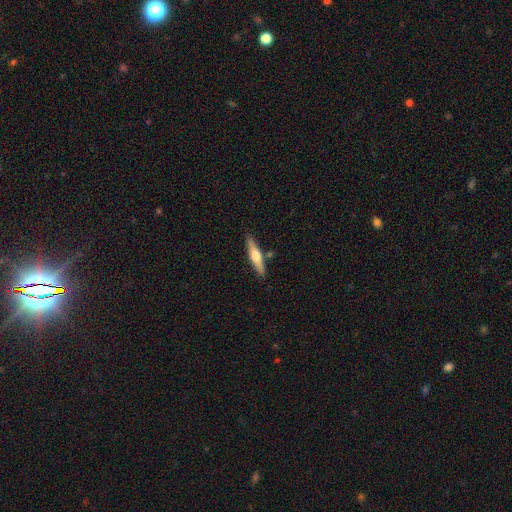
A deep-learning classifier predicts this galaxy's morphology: Smooth or featured: featured or disk — 56% (smooth — 39%)
Edge-on disk: yes — 96% (no — 4%)
Edge-on bulge: rounded — 90% (boxy — 6%)
Merging: none — 84% (minor disturbance — 10%)